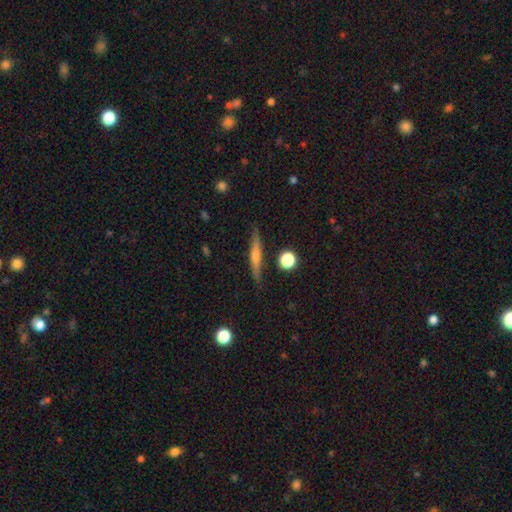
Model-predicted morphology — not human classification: smooth-or-featured: featured or disk: 53% | smooth: 39% | star or artifact: 8%
  disk-edge-on: yes: 95% | no: 5%
    edge-on-bulge: rounded: 63% | none: 27% | boxy: 9%
  merging: none: 86% | minor disturbance: 10% | major disturbance: 2% | merger: 2%